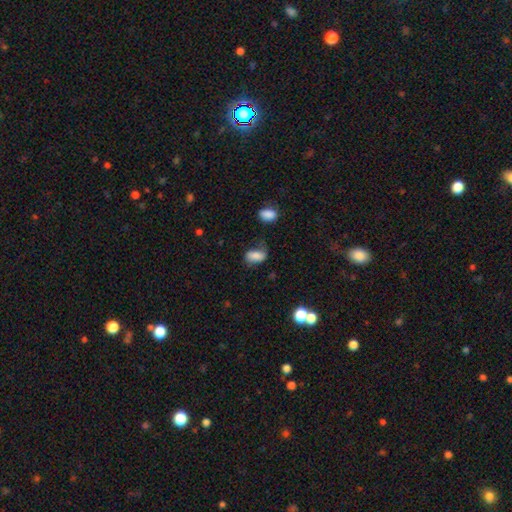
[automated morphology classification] The model was most divided on "merging": none: 45%, minor disturbance: 32%, major disturbance: 19%, merger: 5%. More confident: how rounded — in between (90%); smooth or featured — smooth (75%).